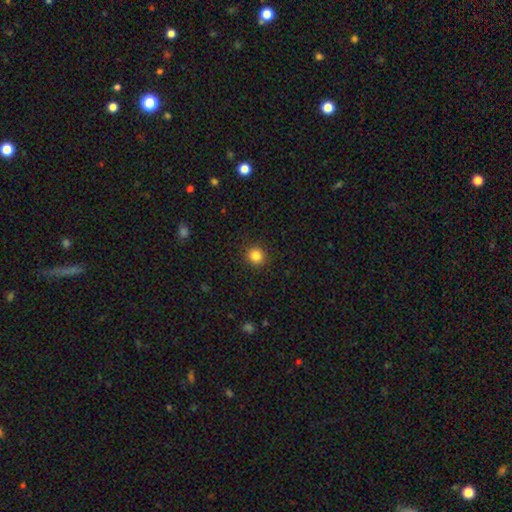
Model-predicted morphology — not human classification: Smooth or featured: smooth — 84% (star or artifact — 12%)
How rounded: round — 93% (in between — 6%)
Merging: none — 92% (minor disturbance — 5%)